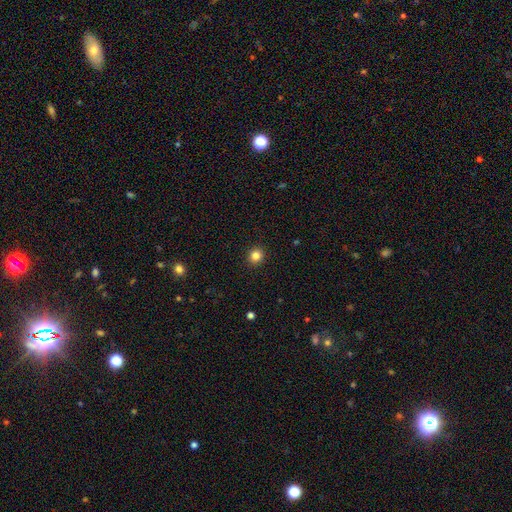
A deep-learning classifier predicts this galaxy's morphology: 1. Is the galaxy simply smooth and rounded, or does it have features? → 84% smooth, 12% star or artifact, 5% featured or disk.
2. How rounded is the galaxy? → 90% round, 9% in between, 1% cigar-shaped.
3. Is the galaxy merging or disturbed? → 93% none, 5% minor disturbance, 2% major disturbance, 1% merger.